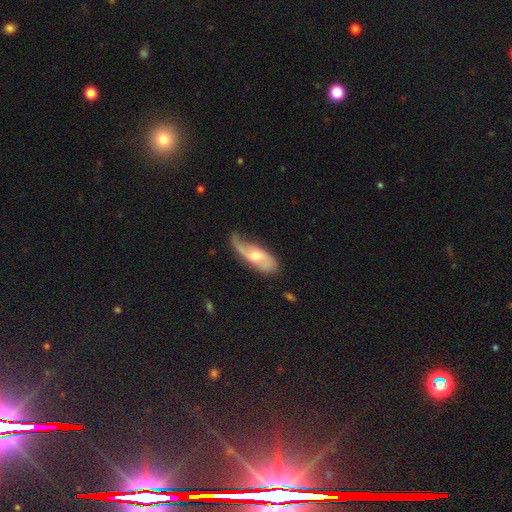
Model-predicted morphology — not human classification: type=featured or disk (68%); edge-on=no (86%); bar=no (61%); spiral arms=yes (89%); winding=loose (61%); arm count=2 (65%); bulge=moderate (59%); merging=none (45%).